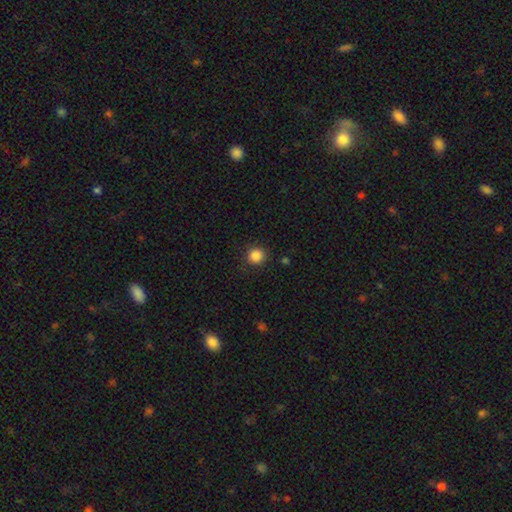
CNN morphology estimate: smooth_or_featured: smooth (p=0.86) [alt: star or artifact p=0.11]
how_rounded: round (p=0.91) [alt: in between p=0.08]
merging: none (p=0.88) [alt: minor disturbance p=0.08]